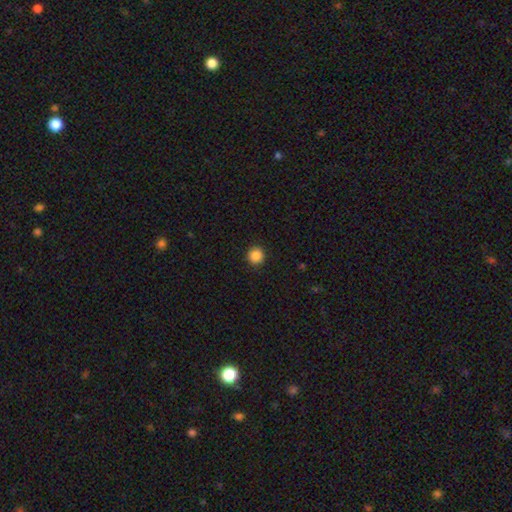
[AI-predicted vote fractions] Smooth or featured? smooth (87%)
How rounded? round (93%)
Merging? none (92%)